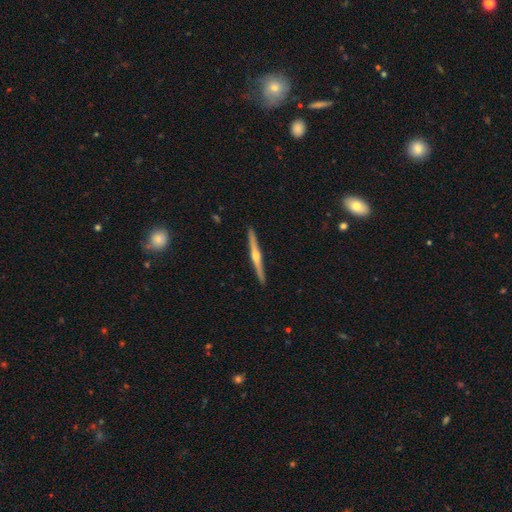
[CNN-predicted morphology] Q: Smooth or featured?
A: featured or disk (77%); runner-up: smooth (18%)
Q: Edge-on disk?
A: yes (98%); runner-up: no (2%)
Q: Edge-on bulge?
A: rounded (91%); runner-up: none (6%)
Q: Merging?
A: none (92%); runner-up: minor disturbance (5%)